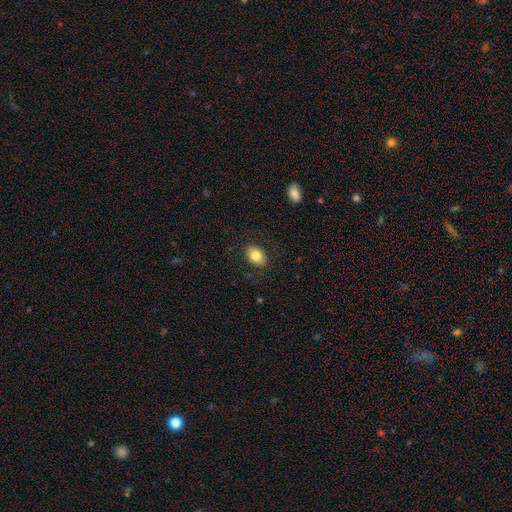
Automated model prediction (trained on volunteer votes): Morphology: type=smooth (83%); roundness=in between (76%); merging=none (85%).